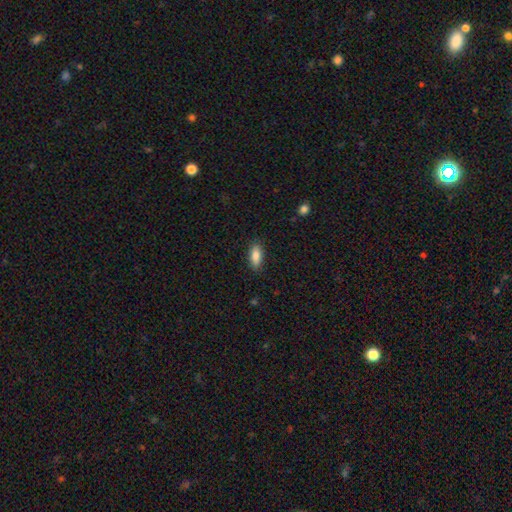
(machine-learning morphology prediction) This is clearly a smooth galaxy (87%). How rounded: likely in between (77%). Merging: clearly none (86%).